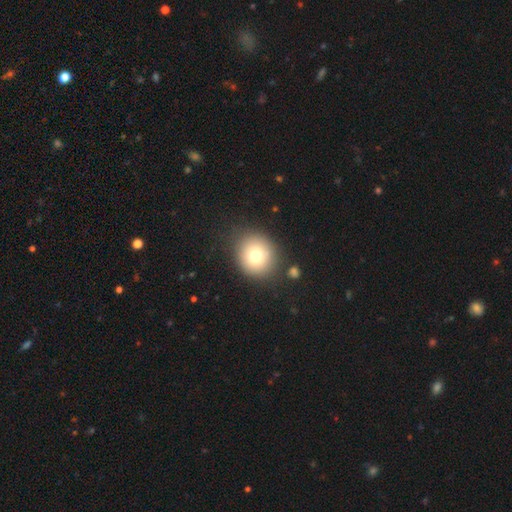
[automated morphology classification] smooth 75%, featured or disk 13%, star or artifact 12%. Down the decision tree: how rounded — round (83%); merging — none (83%).